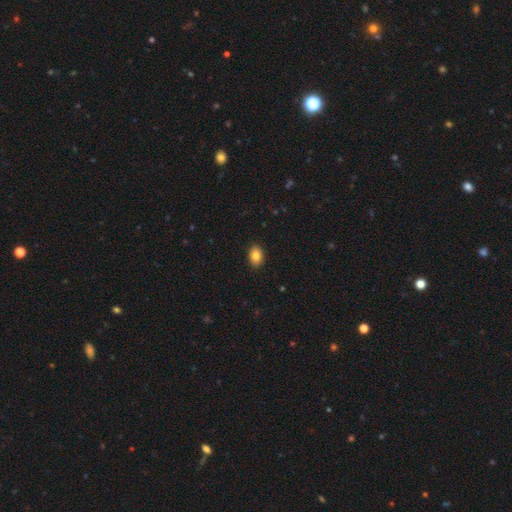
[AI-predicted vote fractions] Morphology: type=smooth (84%); roundness=in between (84%); merging=none (90%).